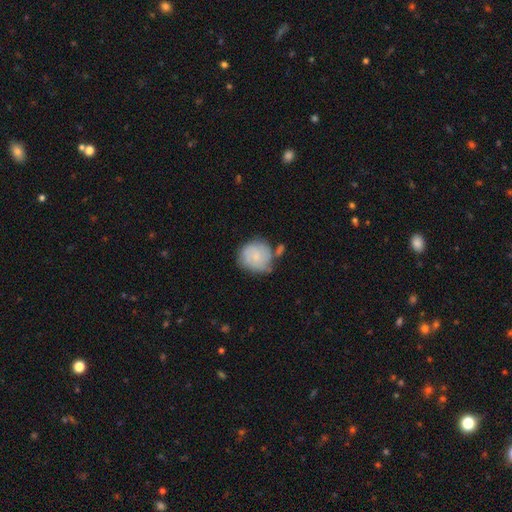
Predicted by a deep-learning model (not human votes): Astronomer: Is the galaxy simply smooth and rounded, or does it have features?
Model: smooth — 58% (runner-up: featured or disk, 34%).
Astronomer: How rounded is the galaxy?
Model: round — 86%.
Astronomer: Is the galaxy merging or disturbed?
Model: none — 53%.